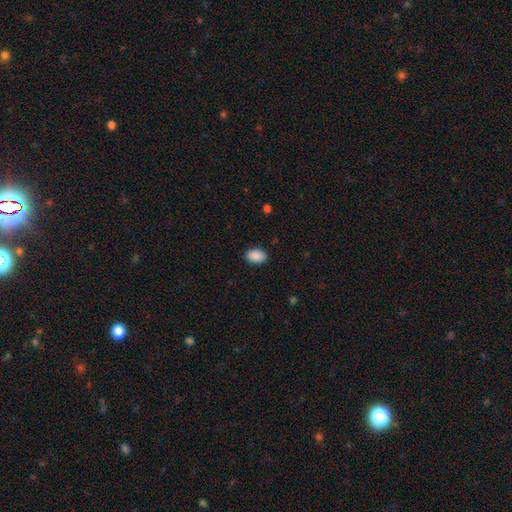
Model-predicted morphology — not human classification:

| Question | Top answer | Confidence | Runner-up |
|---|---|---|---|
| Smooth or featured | smooth | 90% | star or artifact (7%) |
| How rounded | in between | 85% | round (14%) |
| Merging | none | 88% | minor disturbance (9%) |